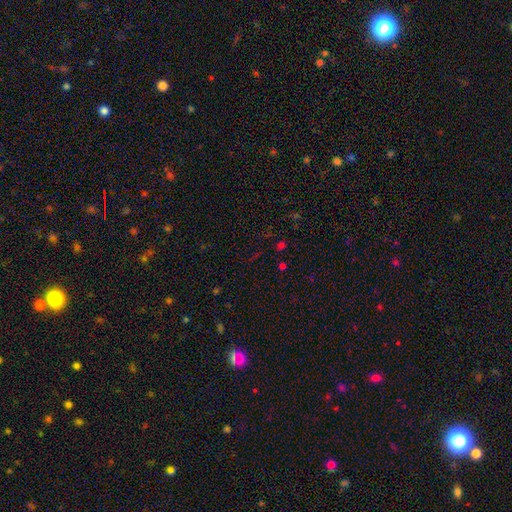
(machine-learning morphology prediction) Overall: star or artifact (63%; smooth 29%).